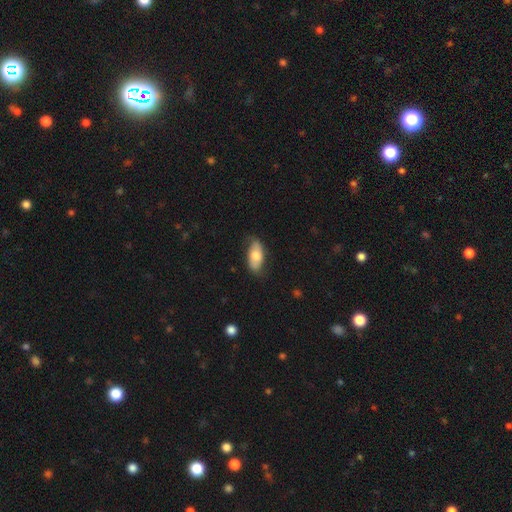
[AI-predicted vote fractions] The model was most divided on "smooth or featured": smooth: 68%, featured or disk: 26%, star or artifact: 6%. More confident: how rounded — in between (89%); merging — none (70%).